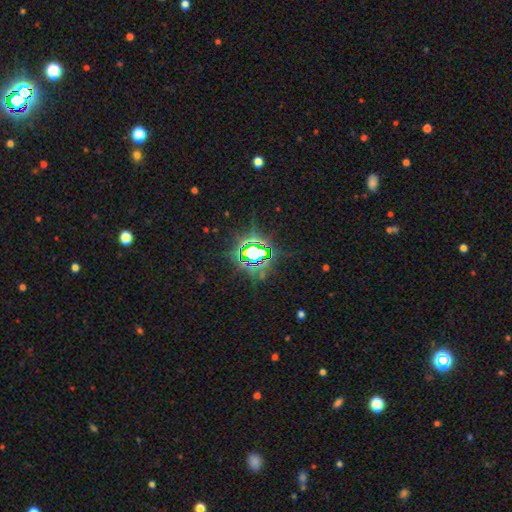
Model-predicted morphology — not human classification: smooth_or_featured: star or artifact (p=0.79) [alt: smooth p=0.12]